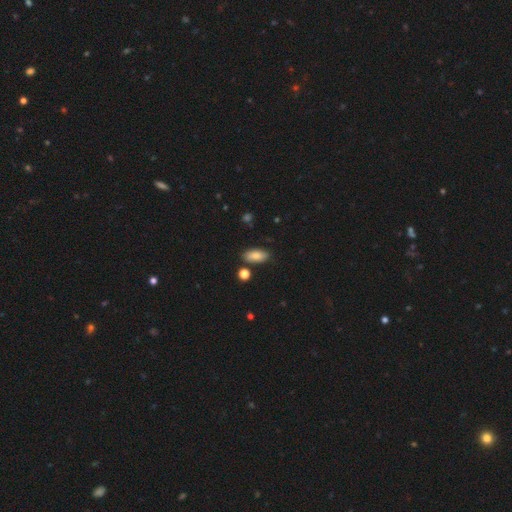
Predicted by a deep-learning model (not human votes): A smooth galaxy with no disk features (85%) that is in between round and cigar-shaped (87%).

Vote fractions:
- Smooth or featured? smooth: 85% / star or artifact: 8% / featured or disk: 8%
- How rounded? in between: 87% / cigar-shaped: 10% / round: 3%
- Merging? none: 82% / minor disturbance: 12% / merger: 4% / major disturbance: 3%